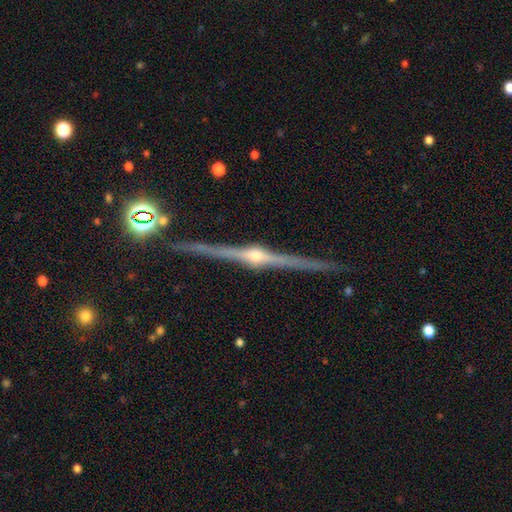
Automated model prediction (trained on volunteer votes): A featured or disk galaxy (90%) viewed edge-on (98%) with a rounded central bulge (95%).

Vote fractions:
- Smooth or featured? featured or disk: 90% / star or artifact: 5% / smooth: 5%
- Edge-on disk? yes: 98% / no: 2%
- Edge-on bulge? rounded: 95% / boxy: 3% / none: 2%
- Merging? none: 88% / minor disturbance: 8% / major disturbance: 2% / merger: 2%